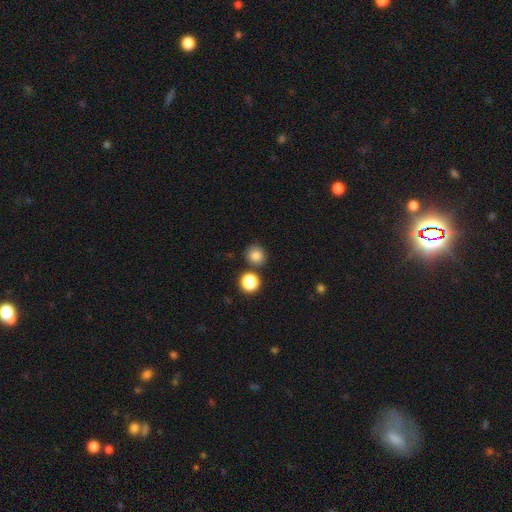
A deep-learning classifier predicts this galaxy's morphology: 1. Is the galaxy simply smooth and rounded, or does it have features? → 83% smooth, 12% star or artifact, 5% featured or disk.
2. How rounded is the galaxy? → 88% round, 11% in between, 1% cigar-shaped.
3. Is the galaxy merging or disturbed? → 79% none, 10% merger, 9% minor disturbance, 3% major disturbance.